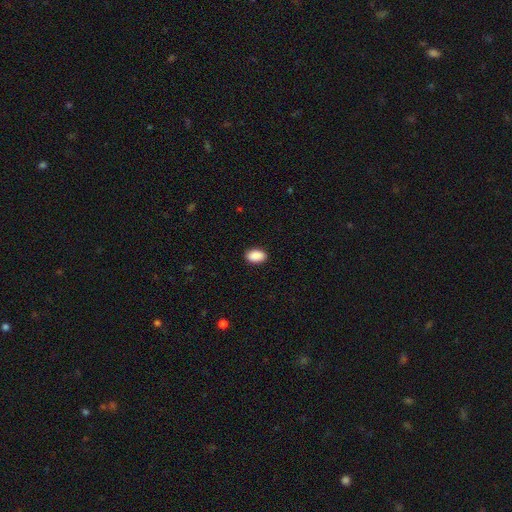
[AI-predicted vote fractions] smooth 91%, star or artifact 7%, featured or disk 2%. Down the decision tree: how rounded — in between (93%); merging — none (90%).